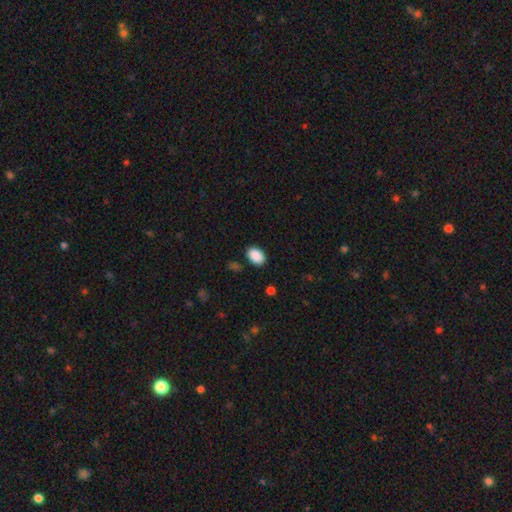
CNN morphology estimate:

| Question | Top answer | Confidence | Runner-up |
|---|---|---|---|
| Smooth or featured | smooth | 90% | star or artifact (8%) |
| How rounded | in between | 81% | round (18%) |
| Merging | none | 86% | minor disturbance (9%) |